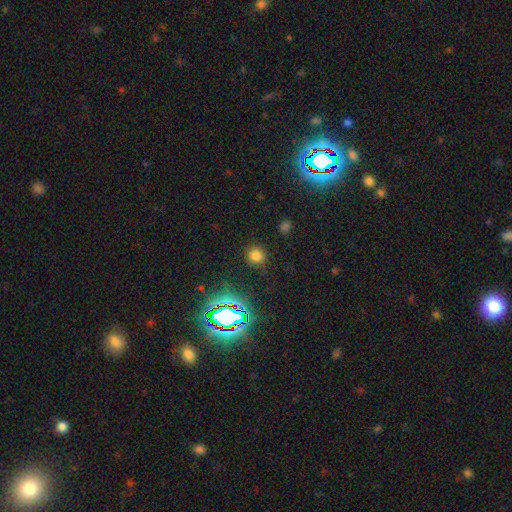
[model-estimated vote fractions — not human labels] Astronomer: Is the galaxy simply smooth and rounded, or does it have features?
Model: smooth — 71%.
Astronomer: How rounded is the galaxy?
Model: round — 86%.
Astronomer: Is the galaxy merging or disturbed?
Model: none — 87%.